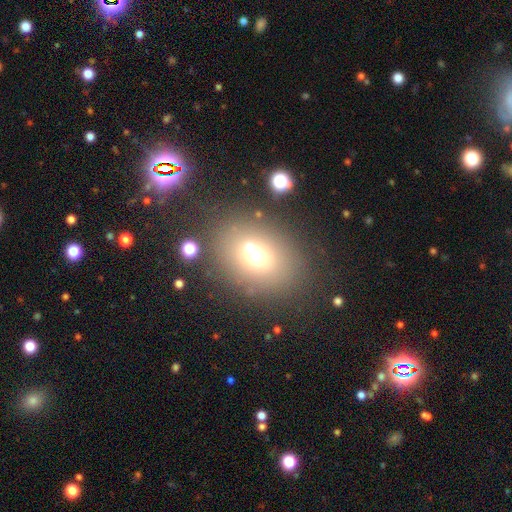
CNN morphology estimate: A smooth galaxy with no disk features (64%) that is round (55%).

Vote fractions:
- Smooth or featured? smooth: 64% / star or artifact: 21% / featured or disk: 15%
- How rounded? round: 55% / in between: 44% / cigar-shaped: 1%
- Merging? none: 67% / merger: 15% / minor disturbance: 10% / major disturbance: 7%